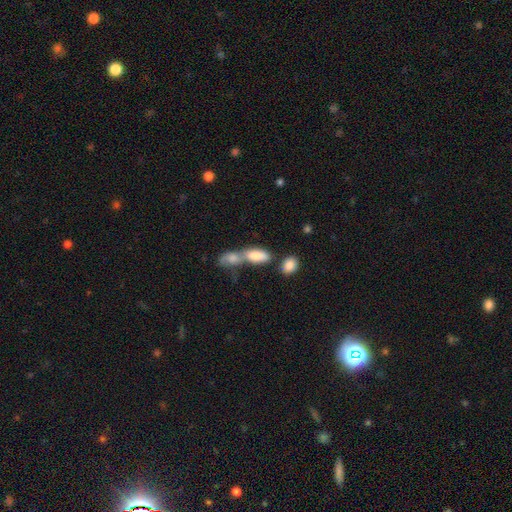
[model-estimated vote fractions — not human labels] smooth-or-featured: smooth: 79% | featured or disk: 13% | star or artifact: 8%
  how-rounded: in between: 81% | cigar-shaped: 13% | round: 6%
  merging: merger: 65% | none: 21% | minor disturbance: 8% | major disturbance: 6%